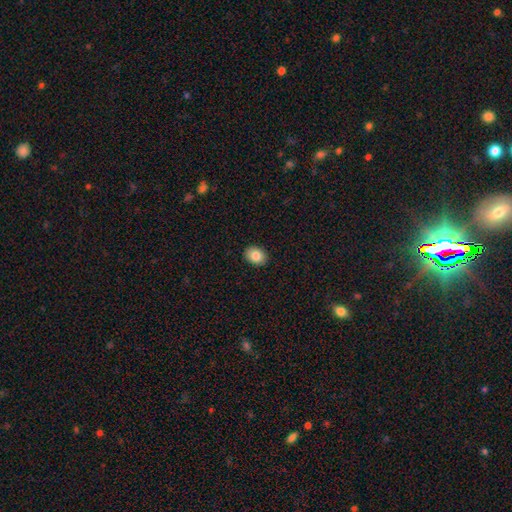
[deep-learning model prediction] smooth-or-featured: smooth: 84% | star or artifact: 8% | featured or disk: 7%
  how-rounded: in between: 61% | round: 38% | cigar-shaped: 1%
  merging: none: 91% | minor disturbance: 7% | major disturbance: 2% | merger: 1%